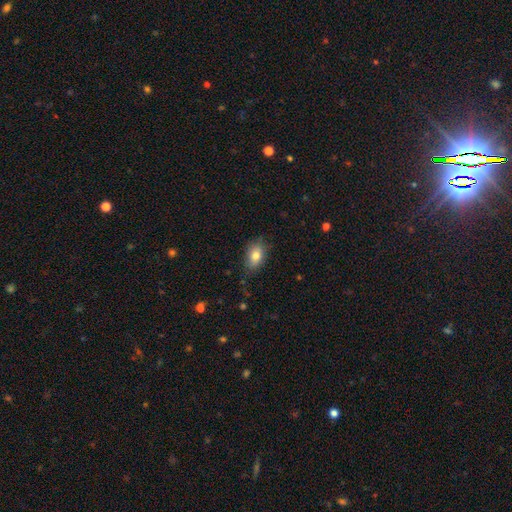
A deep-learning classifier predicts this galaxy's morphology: smooth_or_featured: smooth (p=0.79) [alt: featured or disk p=0.13]
how_rounded: in between (p=0.85) [alt: round p=0.13]
merging: none (p=0.78) [alt: minor disturbance p=0.17]